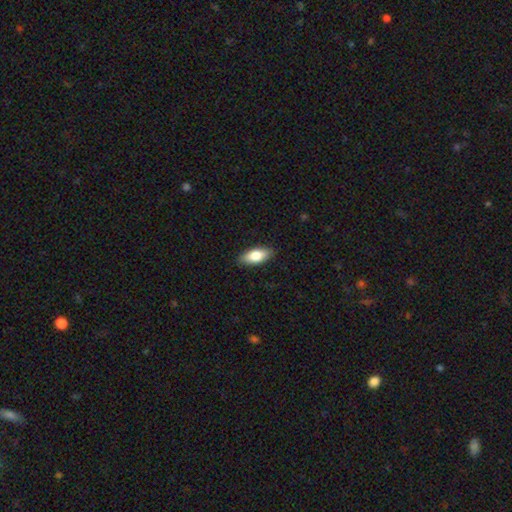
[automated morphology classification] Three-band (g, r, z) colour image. It shows a smooth galaxy with no disk features (79%) that is in between round and cigar-shaped (84%). Merging: none (88%).